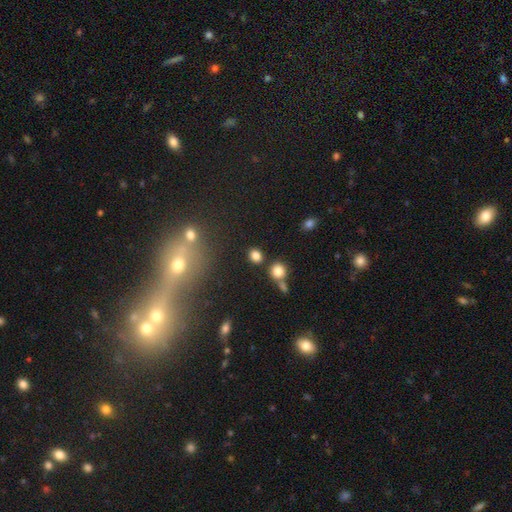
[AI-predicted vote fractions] smooth_or_featured: smooth (p=0.82) [alt: star or artifact p=0.12]
how_rounded: round (p=0.66) [alt: in between p=0.32]
merging: none (p=0.75) [alt: merger p=0.12]